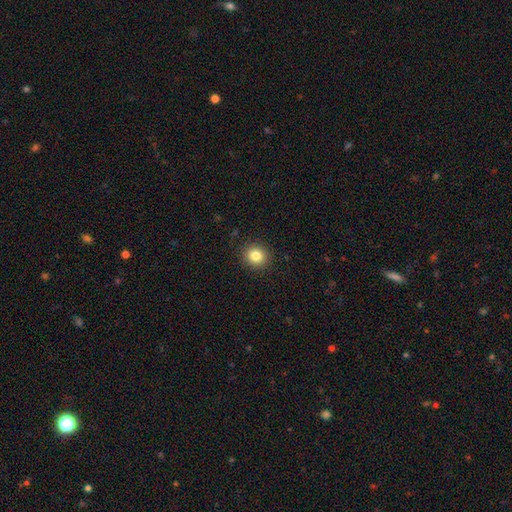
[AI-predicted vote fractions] smooth_or_featured: smooth (p=0.83) [alt: star or artifact p=0.11]
how_rounded: round (p=0.88) [alt: in between p=0.12]
merging: none (p=0.92) [alt: minor disturbance p=0.06]